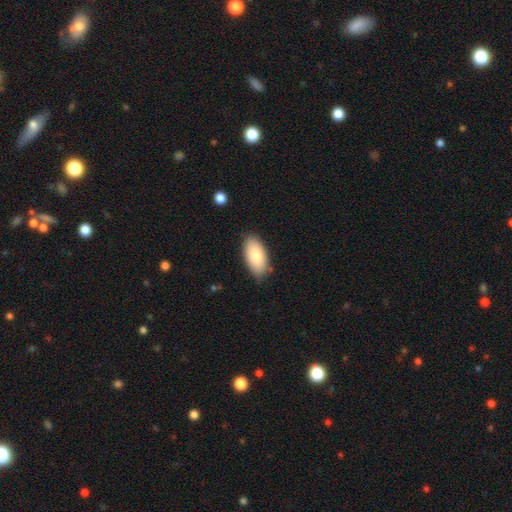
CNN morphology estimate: A smooth galaxy with no disk features (85%) that is in between round and cigar-shaped (93%).

Vote fractions:
- Smooth or featured? smooth: 85% / featured or disk: 9% / star or artifact: 6%
- How rounded? in between: 93% / cigar-shaped: 5% / round: 2%
- Merging? none: 82% / minor disturbance: 14% / major disturbance: 3% / merger: 2%